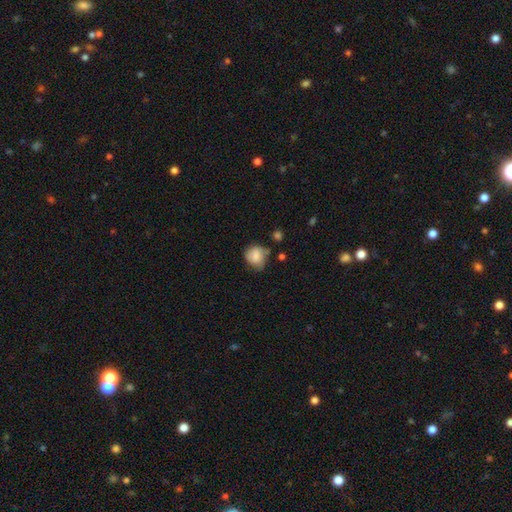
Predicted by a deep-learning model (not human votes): Overall: smooth (77%). How rounded: round (70%). Merging: none (53%; minor disturbance 32%).